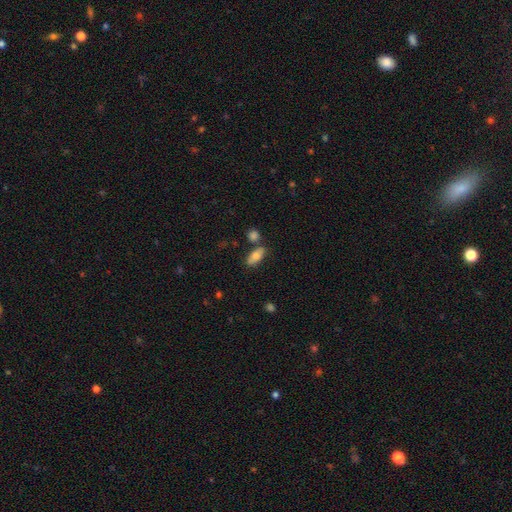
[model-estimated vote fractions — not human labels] Morphology: type=smooth (75%); roundness=in between (83%); merging=none (70%).